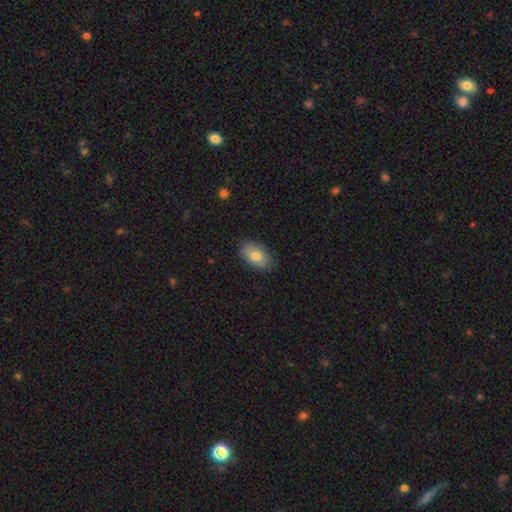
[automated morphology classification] This is likely a smooth galaxy (77%). How rounded: clearly in between (91%). Merging: clearly none (83%).